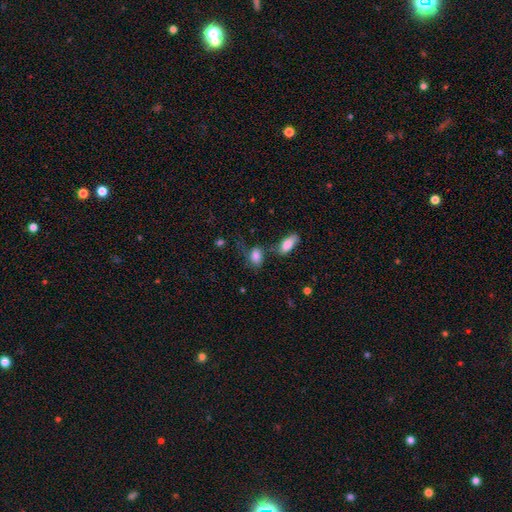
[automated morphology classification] Q: Smooth or featured?
A: smooth (79%); runner-up: featured or disk (11%)
Q: How rounded?
A: in between (81%); runner-up: round (16%)
Q: Merging?
A: none (37%); runner-up: minor disturbance (22%)